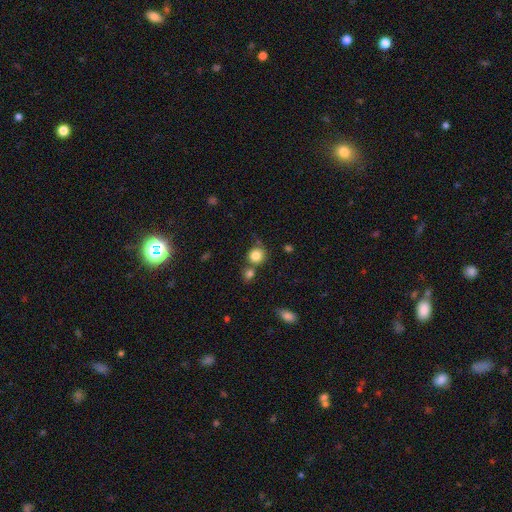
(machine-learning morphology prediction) Smooth or featured?
  - smooth: 83% *
  - star or artifact: 10%
  - featured or disk: 6%
How rounded?
  - round: 86% *
  - in between: 13%
  - cigar-shaped: 1%
Merging?
  - none: 62% *
  - merger: 23%
  - minor disturbance: 12%
  - major disturbance: 4%